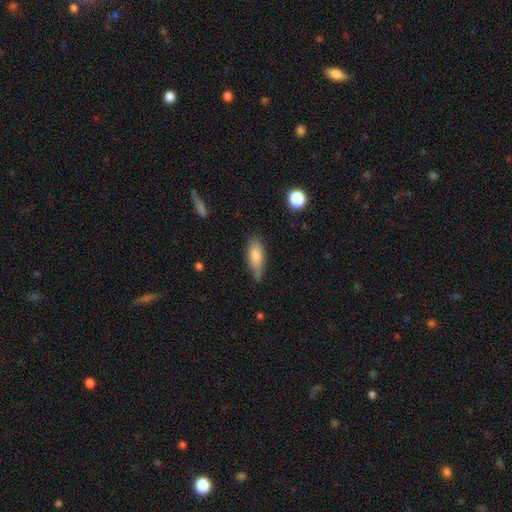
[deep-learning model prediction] Smooth or featured: smooth — 76% (featured or disk — 17%)
How rounded: in between — 71% (cigar-shaped — 26%)
Merging: none — 59% (minor disturbance — 32%)